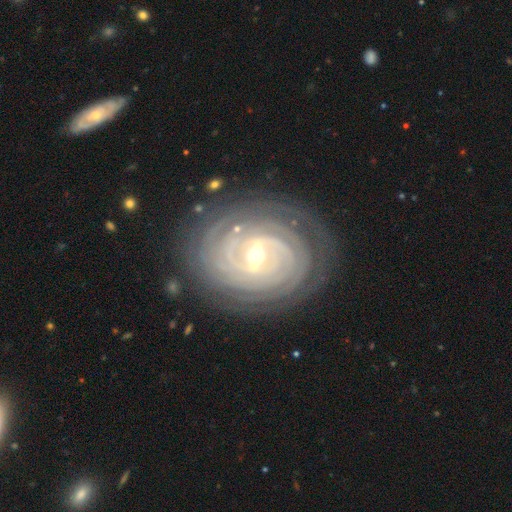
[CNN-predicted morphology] The model was most divided on "bar": strong: 44%, weak: 42%, no: 14%. Remaining: spiral arms — yes (97%); edge-on disk — no (97%); smooth or featured — featured or disk (90%); spiral winding — tight (87%); merging — none (81%); bulge size — moderate (55%); spiral arm count — can't tell (27%).